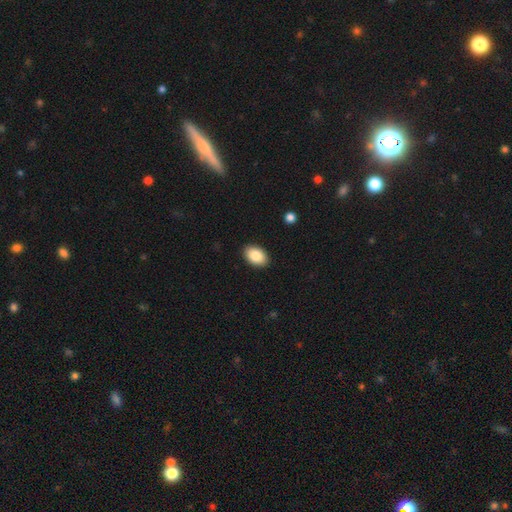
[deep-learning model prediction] A smooth galaxy with no disk features (86%) that is in between round and cigar-shaped (89%). Merging: none (90%).